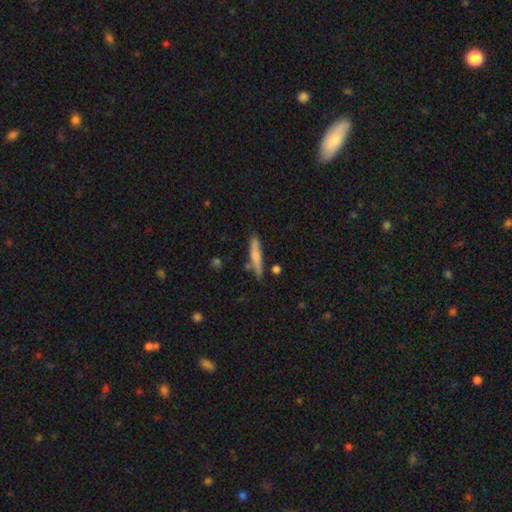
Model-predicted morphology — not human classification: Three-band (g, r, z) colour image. It shows a smooth galaxy with no disk features (66%) that is cigar-shaped (90%). Merging: none (76%).